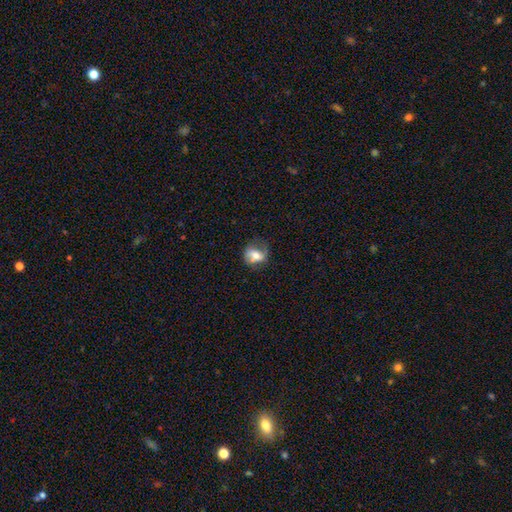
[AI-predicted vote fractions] smooth 56%, featured or disk 35%, star or artifact 9%. Down the decision tree: how rounded — in between (51%); merging — none (61%).